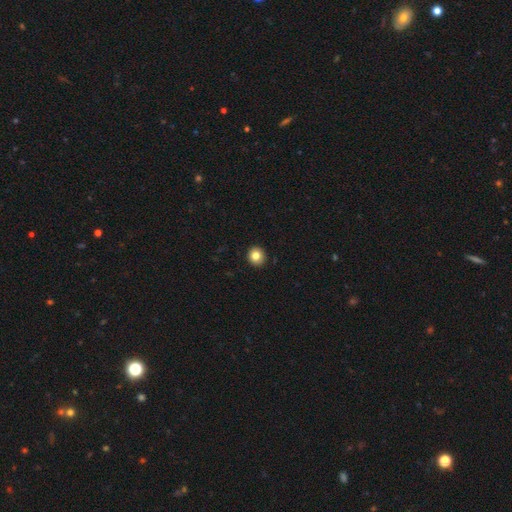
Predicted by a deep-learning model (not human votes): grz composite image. It shows a smooth galaxy with no disk features (82%) that is round (83%). Merging: none (92%).